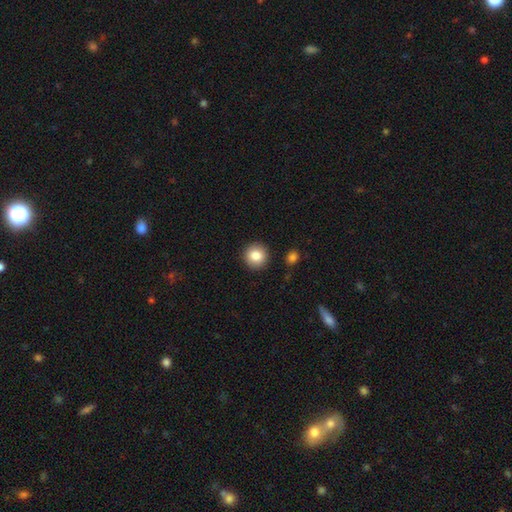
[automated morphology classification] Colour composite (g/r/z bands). It shows a smooth galaxy with no disk features (85%) that is round (93%). Merging: none (91%).